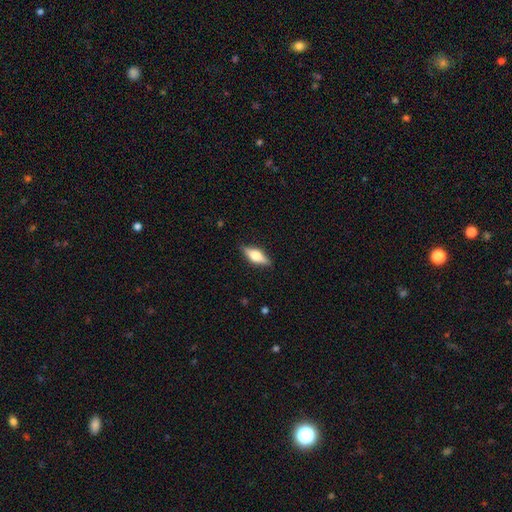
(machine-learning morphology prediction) smooth-or-featured: featured or disk: 47% | smooth: 46% | star or artifact: 7%
  merging: none: 86% | minor disturbance: 10% | major disturbance: 2% | merger: 1%